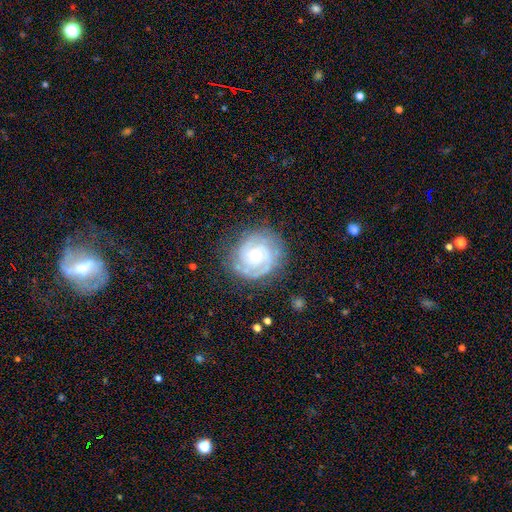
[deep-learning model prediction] This appears to be a featured or disk galaxy (84%) with no bar (71%), 2 (41%) tight (67%) spiral arms (94%) and a moderate central bulge (68%). Merging: none (76%).